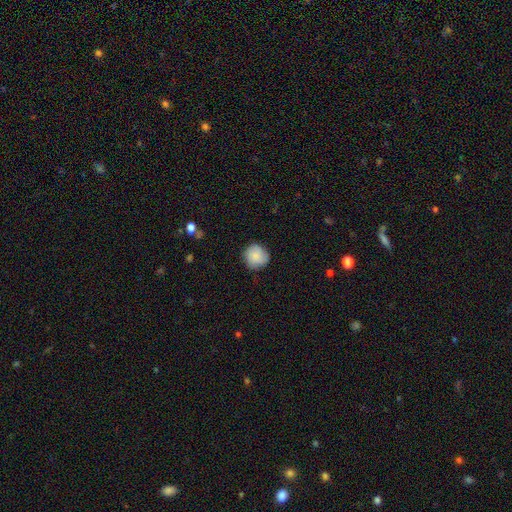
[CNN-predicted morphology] smooth 81%, featured or disk 12%, star or artifact 7%. Down the decision tree: how rounded — round (92%); merging — none (82%).